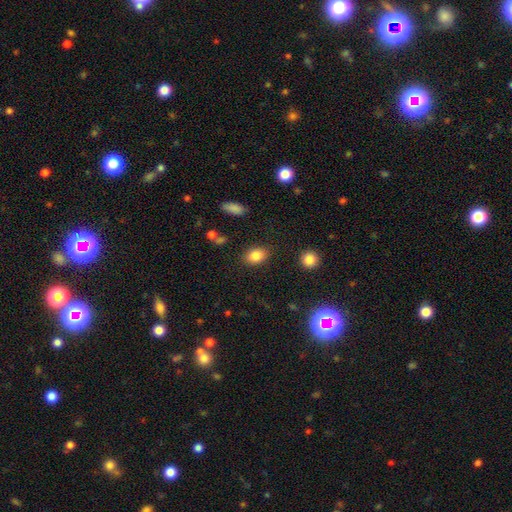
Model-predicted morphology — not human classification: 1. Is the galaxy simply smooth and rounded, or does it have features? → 84% smooth, 9% star or artifact, 7% featured or disk.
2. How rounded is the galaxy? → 73% in between, 26% round, 1% cigar-shaped.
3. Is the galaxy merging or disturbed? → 84% none, 10% minor disturbance, 3% major disturbance, 2% merger.